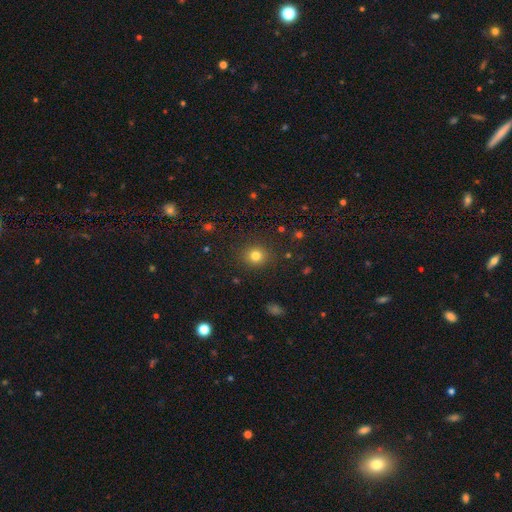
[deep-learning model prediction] A smooth galaxy with no disk features (80%) that is round (85%). Merging: none (88%).